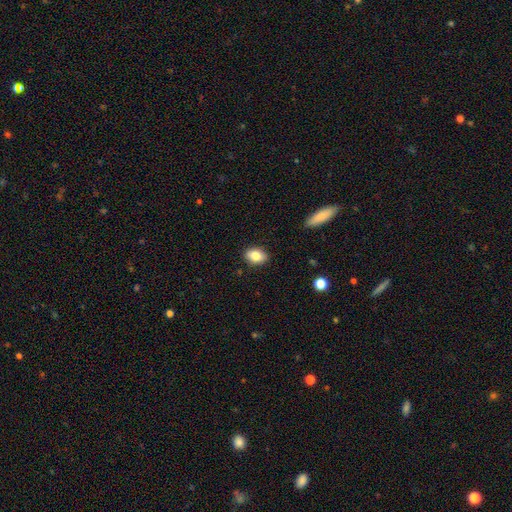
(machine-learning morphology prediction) The model was most divided on "how rounded": in between: 81%, round: 17%, cigar-shaped: 2%. More confident: merging — none (87%); smooth or featured — smooth (83%).